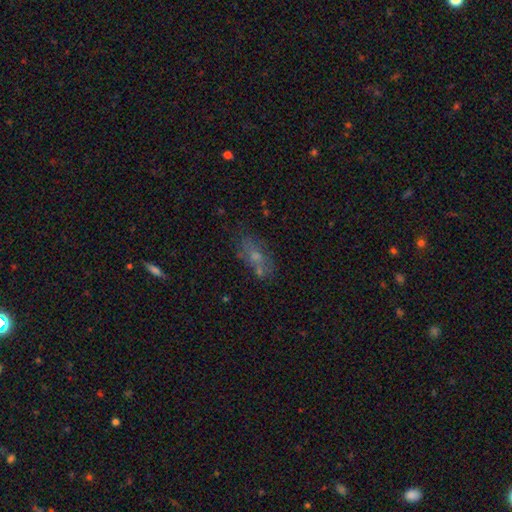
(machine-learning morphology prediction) A smooth galaxy with no disk features (51%) that is in between round and cigar-shaped (77%).

Vote fractions:
- Smooth or featured? smooth: 51% / featured or disk: 32% / star or artifact: 17%
- How rounded? in between: 77% / round: 13% / cigar-shaped: 11%
- Merging? none: 56% / minor disturbance: 18% / merger: 17% / major disturbance: 9%